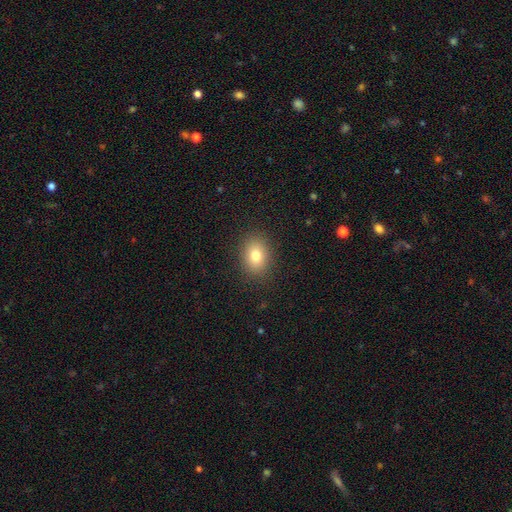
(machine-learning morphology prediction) Q: Smooth or featured?
A: smooth (80%); runner-up: star or artifact (10%)
Q: How rounded?
A: in between (66%); runner-up: round (33%)
Q: Merging?
A: none (88%); runner-up: minor disturbance (8%)